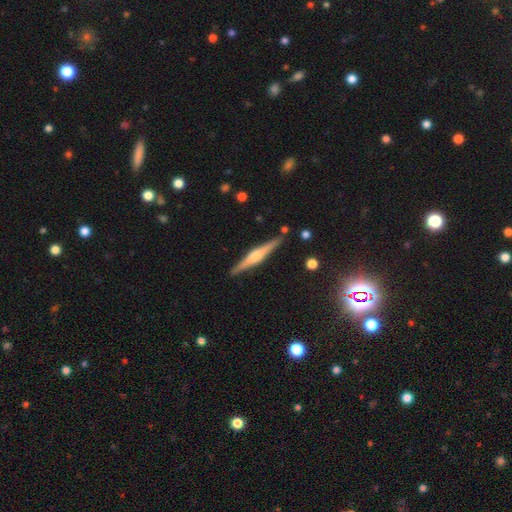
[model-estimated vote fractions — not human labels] Smooth or featured? Predicted: featured or disk (p=0.75). Edge-on disk? Predicted: yes (p=0.98). Edge-on bulge? Predicted: rounded (p=0.83). Merging? Predicted: none (p=0.90).